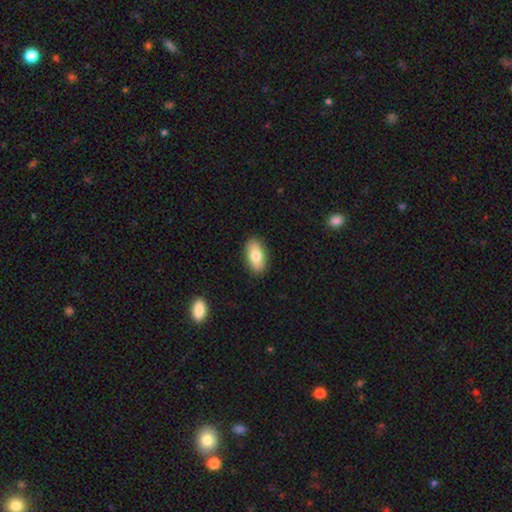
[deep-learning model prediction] This is likely a smooth galaxy (78%). How rounded: clearly in between (90%). Merging: clearly none (88%).